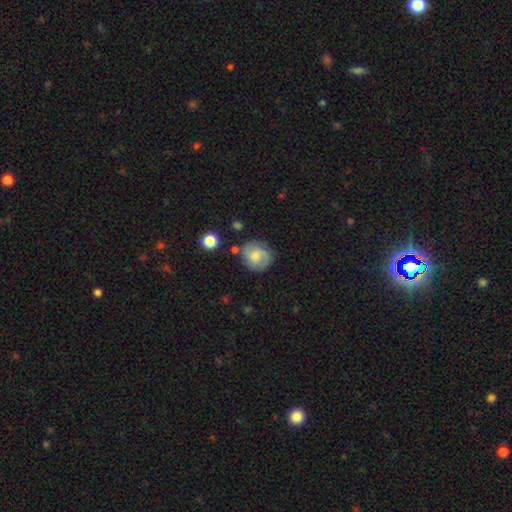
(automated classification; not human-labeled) A featured or disk galaxy (59%) with no bar (55%), 2 (67%) medium (45%) spiral arms (91%) and a small central bulge (42%).

Vote fractions:
- Smooth or featured? featured or disk: 59% / smooth: 33% / star or artifact: 8%
- Edge-on disk? no: 98% / yes: 2%
- Bar? no: 55% / weak: 40% / strong: 5%
- Spiral arms? yes: 91% / no: 9%
- Spiral winding? medium: 45% / tight: 36% / loose: 19%
- Spiral arm count? 2: 67% / can't tell: 14% / 1: 8% / 3: 8% / 4: 2% / more than 4: 2%
- Bulge size? small: 42% / moderate: 39% / none: 11% / large: 5% / dominant: 1%
- Merging? none: 73% / minor disturbance: 17% / major disturbance: 6% / merger: 4%